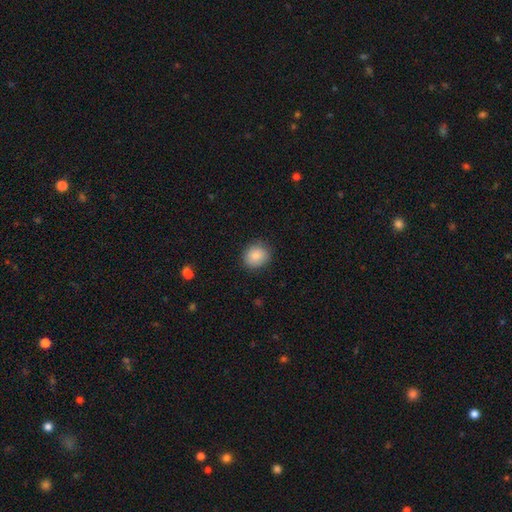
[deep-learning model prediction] Overall: smooth (86%). How rounded: round (75%). Merging: none (87%).